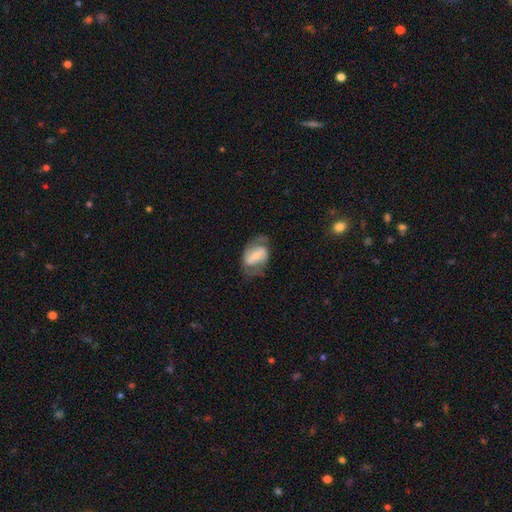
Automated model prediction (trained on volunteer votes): Smooth or featured? Predicted: featured or disk (p=0.65). Edge-on disk? Predicted: no (p=0.95). Bar? Predicted: strong (p=0.47). Spiral arms? Predicted: yes (p=0.75). Bulge size? Predicted: small (p=0.41). Merging? Predicted: none (p=0.58).